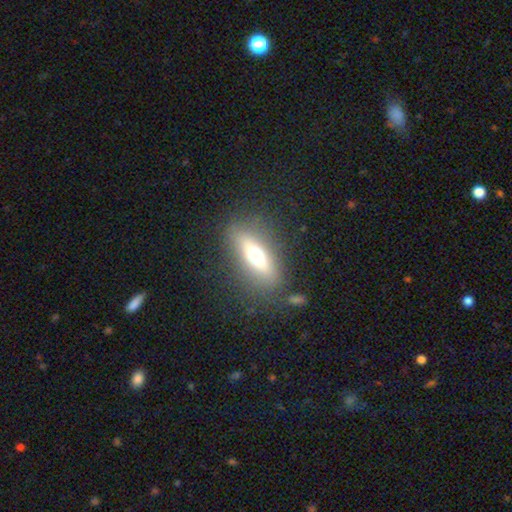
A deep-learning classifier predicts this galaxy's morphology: Overall: smooth (48%; featured or disk 41%). Merging: none (81%).